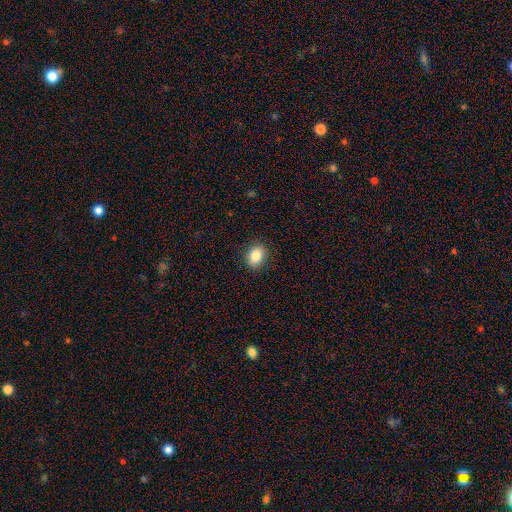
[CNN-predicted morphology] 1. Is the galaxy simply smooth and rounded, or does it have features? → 86% smooth, 9% star or artifact, 5% featured or disk.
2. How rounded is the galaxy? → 63% in between, 36% round, 1% cigar-shaped.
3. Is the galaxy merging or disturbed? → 88% none, 9% minor disturbance, 2% major disturbance, 1% merger.